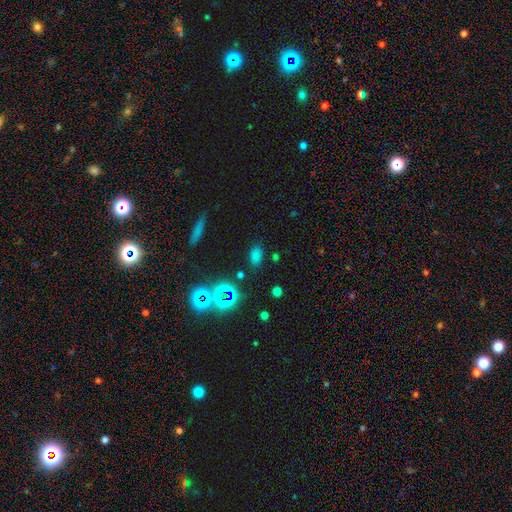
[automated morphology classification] This is likely a smooth galaxy (65%). How rounded: clearly in between (86%). Merging: clearly none (81%).